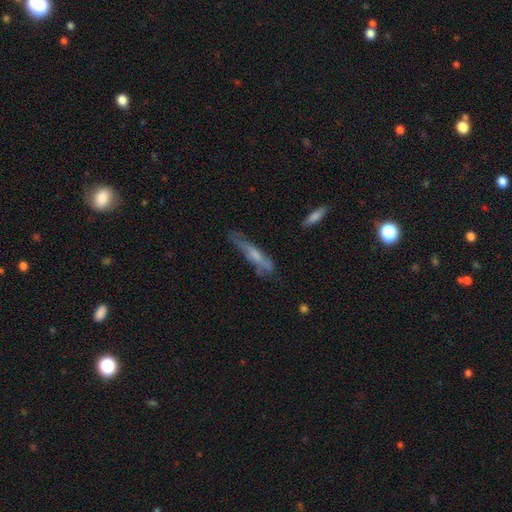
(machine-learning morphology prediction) A smooth galaxy with no disk features (47%).

Vote fractions:
- Smooth or featured? smooth: 47% / featured or disk: 45% / star or artifact: 8%
- Merging? none: 52% / minor disturbance: 30% / major disturbance: 14% / merger: 4%